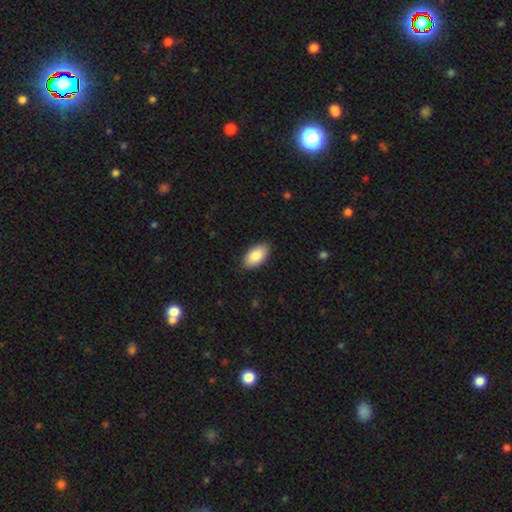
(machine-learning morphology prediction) The model was most divided on "merging": none: 86%, minor disturbance: 11%, major disturbance: 2%, merger: 1%. More confident: how rounded — in between (95%); smooth or featured — smooth (87%).